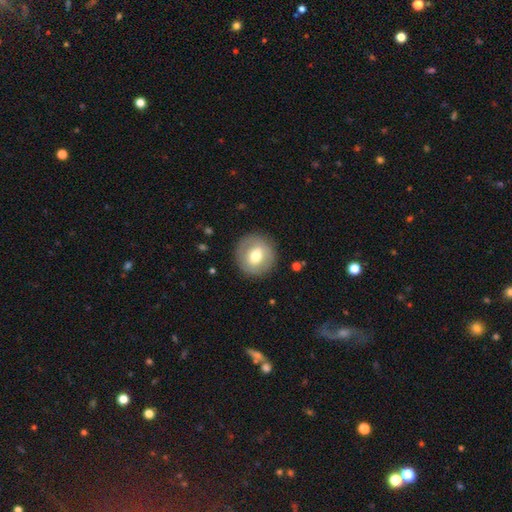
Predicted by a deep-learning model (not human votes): smooth 60%, featured or disk 32%, star or artifact 7%. Down the decision tree: how rounded — round (93%); merging — none (88%).